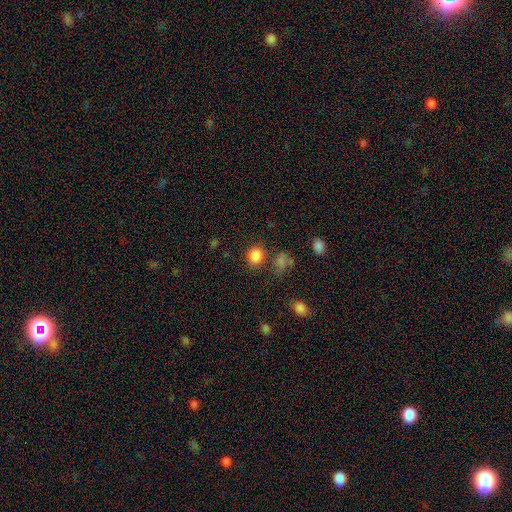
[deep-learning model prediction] This is clearly a smooth galaxy (85%). How rounded: likely round (71%). Merging: likely none (77%).